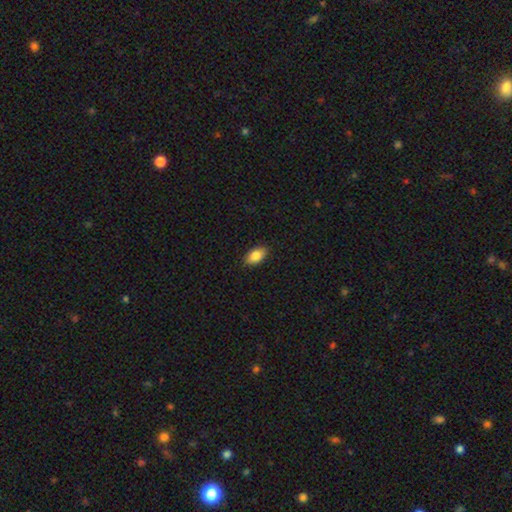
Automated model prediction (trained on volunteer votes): Q: Smooth or featured?
A: smooth (85%); runner-up: featured or disk (8%)
Q: How rounded?
A: in between (92%); runner-up: round (5%)
Q: Merging?
A: none (88%); runner-up: minor disturbance (9%)